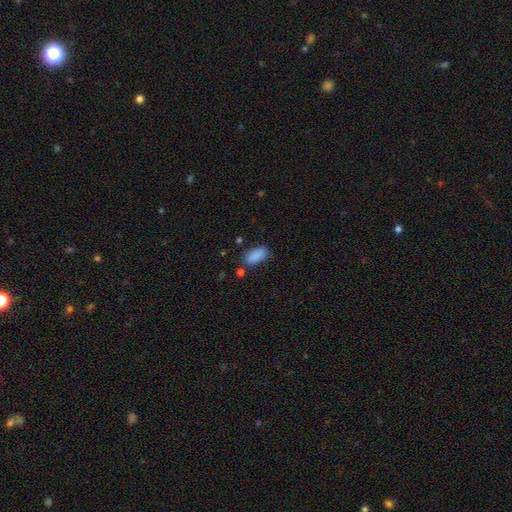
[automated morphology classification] Q: Smooth or featured?
A: smooth (88%); runner-up: star or artifact (8%)
Q: How rounded?
A: in between (88%); runner-up: cigar-shaped (10%)
Q: Merging?
A: none (74%); runner-up: minor disturbance (17%)